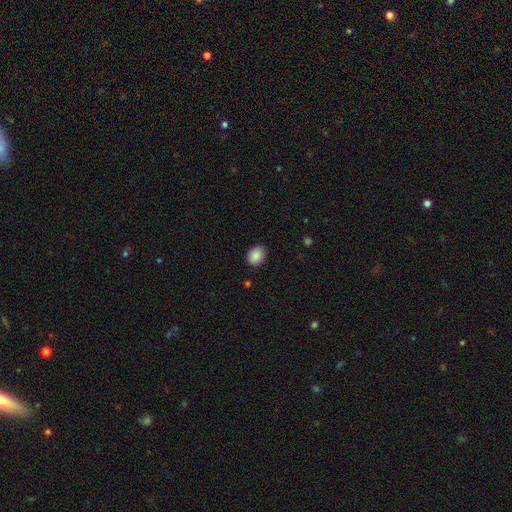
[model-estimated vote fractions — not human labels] Smooth or featured: smooth — 88% (star or artifact — 8%)
How rounded: in between — 56% (round — 43%)
Merging: none — 87% (minor disturbance — 9%)